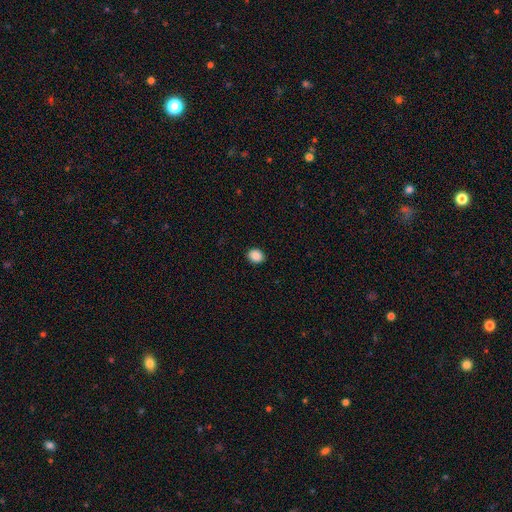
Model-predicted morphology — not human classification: Smooth or featured? smooth (89%)
How rounded? round (63%)
Merging? none (91%)